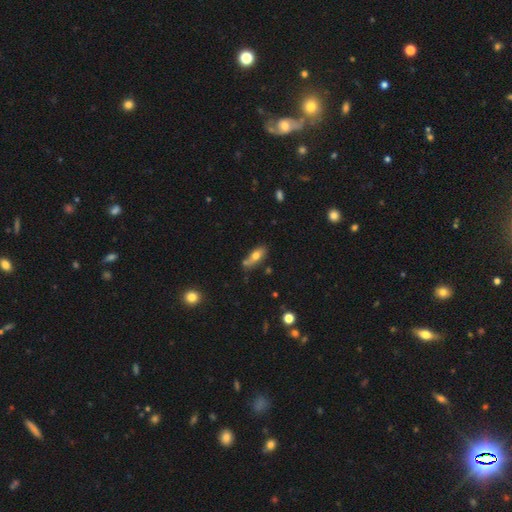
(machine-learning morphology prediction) smooth_or_featured: smooth (p=0.67) [alt: featured or disk p=0.24]
how_rounded: in between (p=0.72) [alt: cigar-shaped p=0.23]
merging: none (p=0.58) [alt: minor disturbance p=0.19]